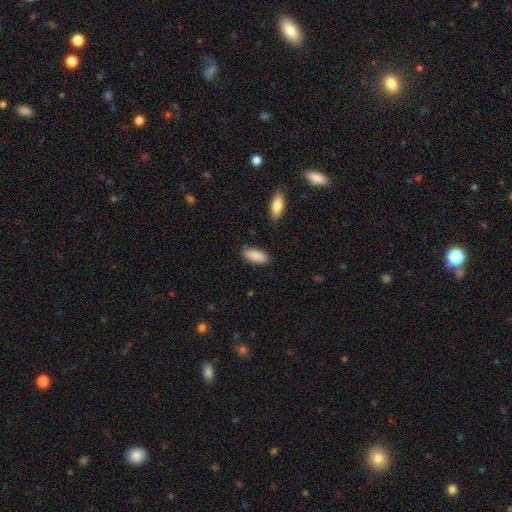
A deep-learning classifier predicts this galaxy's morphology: Q: Smooth or featured?
A: smooth (88%); runner-up: star or artifact (6%)
Q: How rounded?
A: in between (78%); runner-up: cigar-shaped (20%)
Q: Merging?
A: none (82%); runner-up: minor disturbance (13%)